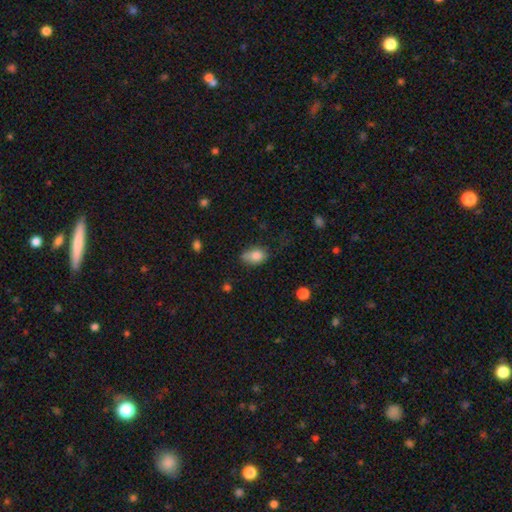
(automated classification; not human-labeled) Overall: smooth (82%). How rounded: in between (80%). Merging: none (53%; minor disturbance 32%).